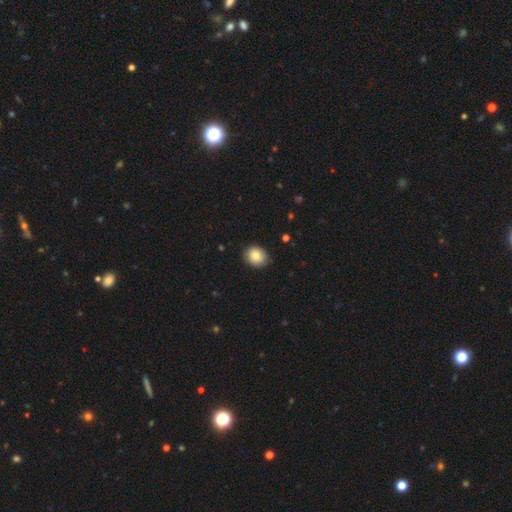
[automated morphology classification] Smooth or featured? smooth (83%)
How rounded? round (62%)
Merging? none (83%)